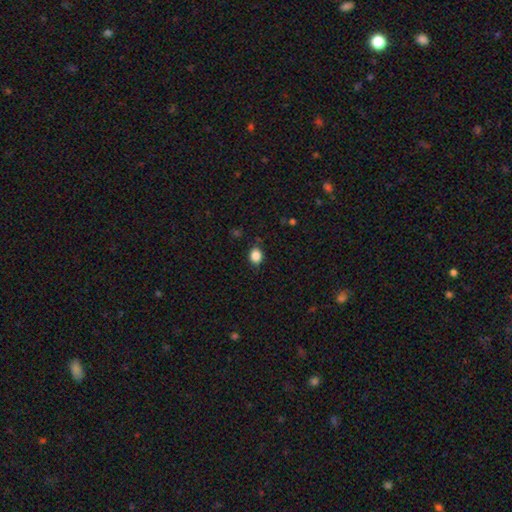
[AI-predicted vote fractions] Smooth or featured?
  - smooth: 86% *
  - star or artifact: 10%
  - featured or disk: 4%
How rounded?
  - round: 56% *
  - in between: 43%
  - cigar-shaped: 1%
Merging?
  - none: 84% *
  - minor disturbance: 12%
  - major disturbance: 3%
  - merger: 1%